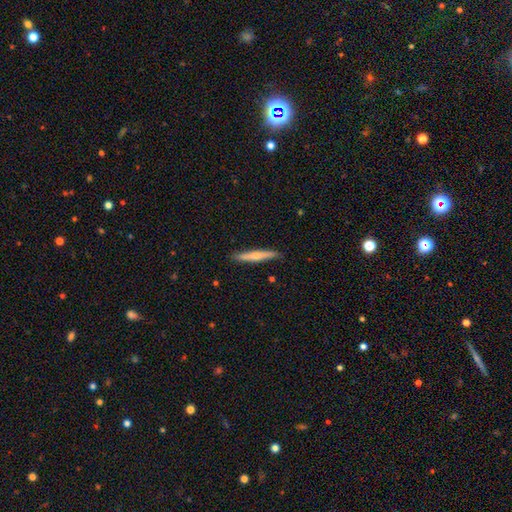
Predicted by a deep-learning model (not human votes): Smooth or featured? Predicted: smooth (p=0.52). How rounded? Predicted: cigar-shaped (p=0.94). Merging? Predicted: none (p=0.89).